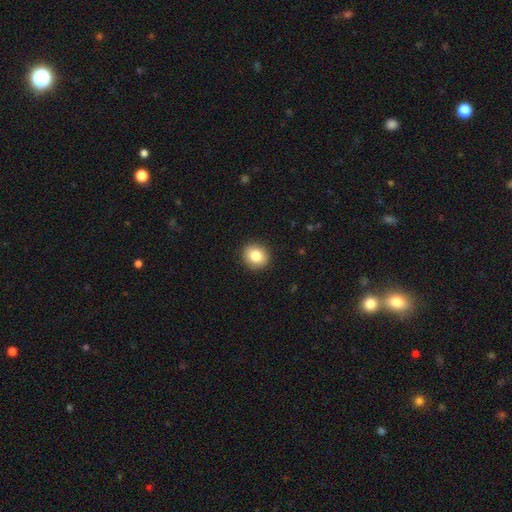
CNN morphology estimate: Smooth or featured? Predicted: smooth (p=0.84). How rounded? Predicted: round (p=0.78). Merging? Predicted: none (p=0.91).